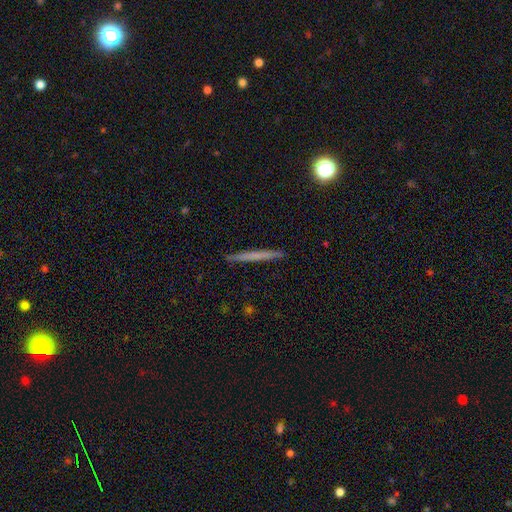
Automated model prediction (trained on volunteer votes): Morphology: type=smooth (55%); roundness=cigar-shaped (97%); merging=none (92%).